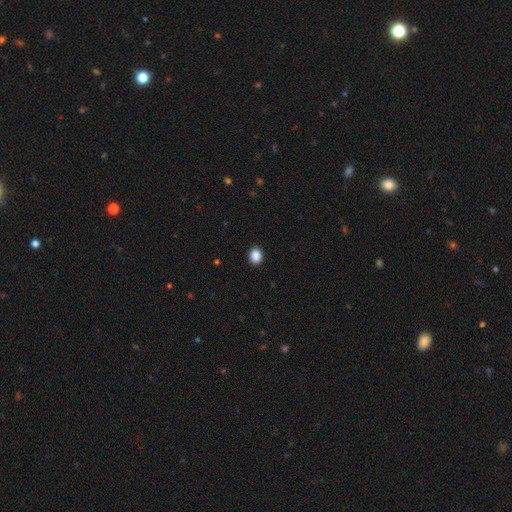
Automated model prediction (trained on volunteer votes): The model was most divided on "how rounded": round: 56%, in between: 43%, cigar-shaped: 1%. More confident: merging — none (92%); smooth or featured — smooth (89%).